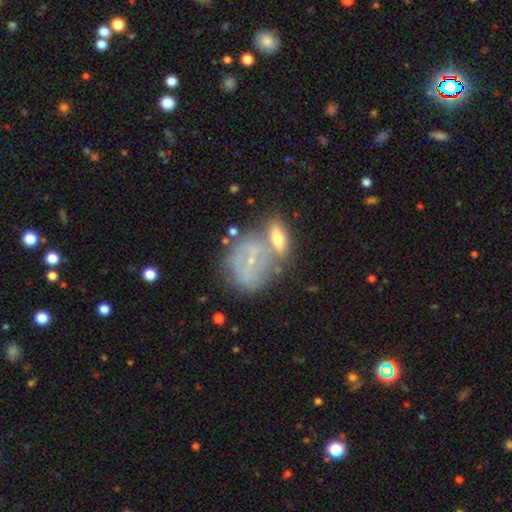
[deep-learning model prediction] The model was most divided on "merging": none: 42%, merger: 38%, minor disturbance: 14%, major disturbance: 7%. Remaining: edge-on disk — no (94%); bulge size — small (79%); spiral arms — yes (74%); smooth or featured — featured or disk (61%); bar — no (49%).